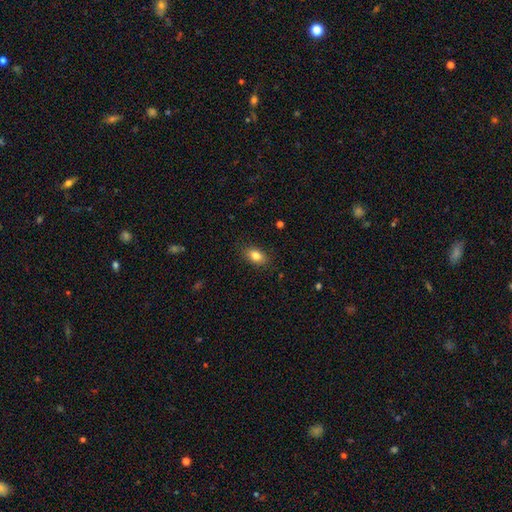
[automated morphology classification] smooth_or_featured: smooth (p=0.83) [alt: star or artifact p=0.09]
how_rounded: in between (p=0.85) [alt: round p=0.13]
merging: none (p=0.86) [alt: minor disturbance p=0.10]